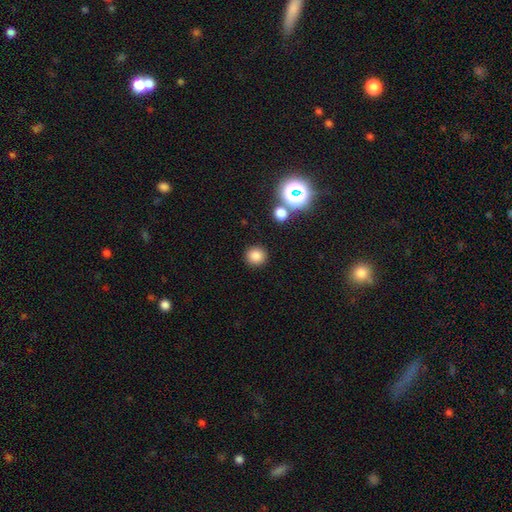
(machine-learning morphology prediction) Smooth or featured? Predicted: smooth (p=0.81). How rounded? Predicted: round (p=0.92). Merging? Predicted: none (p=0.89).